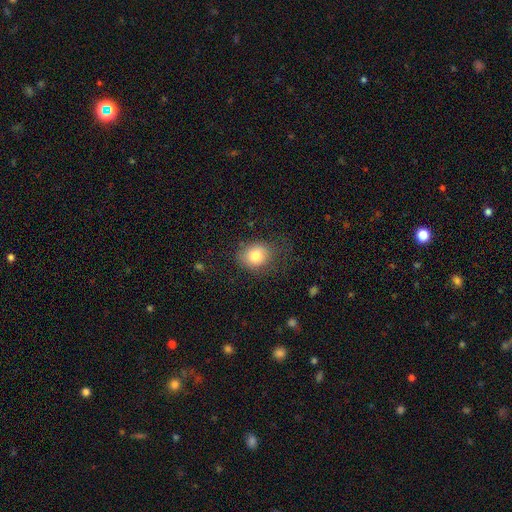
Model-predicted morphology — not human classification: Overall: smooth (79%). How rounded: round (60%; in between 39%). Merging: none (70%).